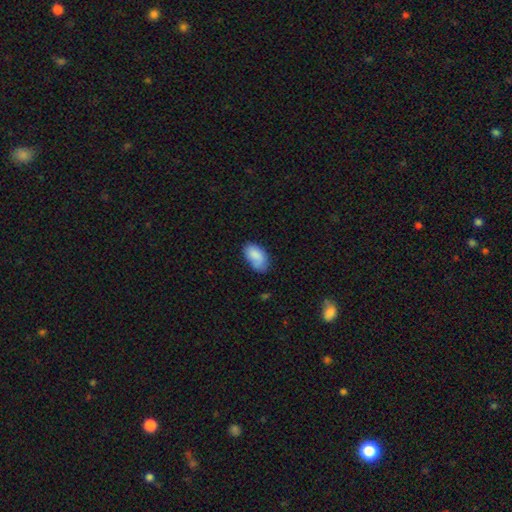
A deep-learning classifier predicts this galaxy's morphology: This is clearly a smooth galaxy (85%). How rounded: clearly in between (94%). Merging: likely none (62%).